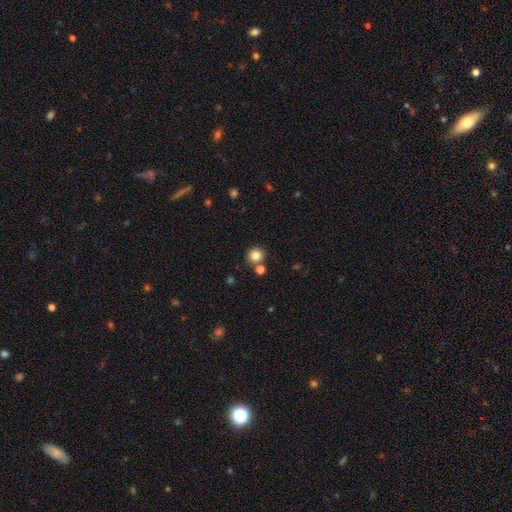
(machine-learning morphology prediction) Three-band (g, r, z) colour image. It shows a smooth galaxy with no disk features (82%) that is round (91%). Merging: none (78%).